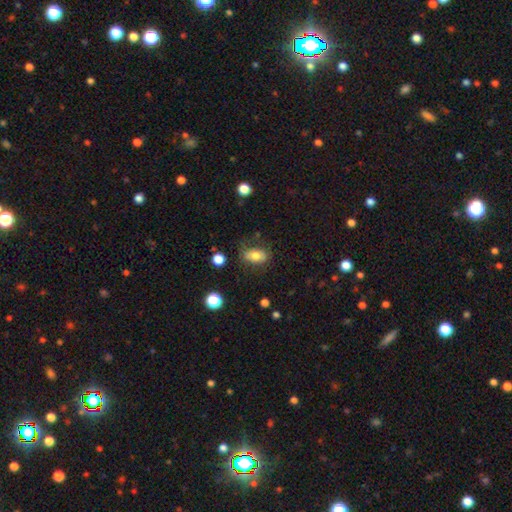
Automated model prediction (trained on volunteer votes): Morphology: type=smooth (73%); roundness=in between (86%); merging=none (68%).